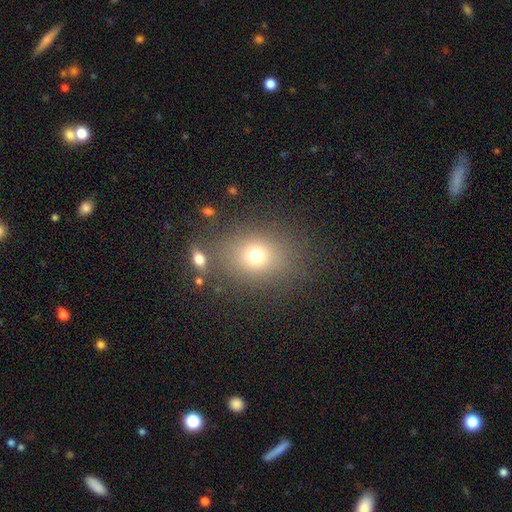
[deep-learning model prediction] Smooth or featured: smooth — 72% (star or artifact — 17%)
How rounded: round — 54% (in between — 45%)
Merging: none — 76% (minor disturbance — 11%)